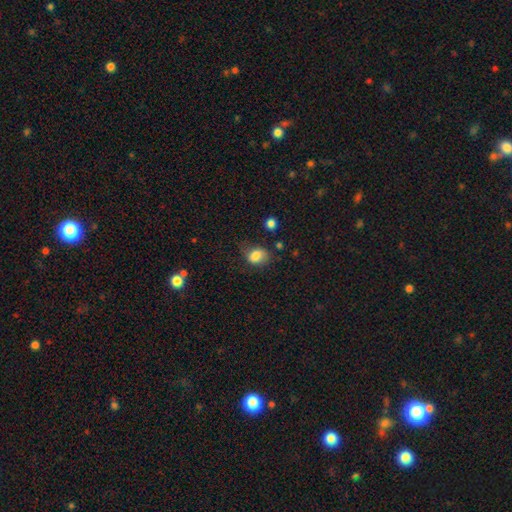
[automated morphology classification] Smooth or featured: smooth — 81% (featured or disk — 10%)
How rounded: in between — 58% (round — 41%)
Merging: none — 49% (minor disturbance — 33%)